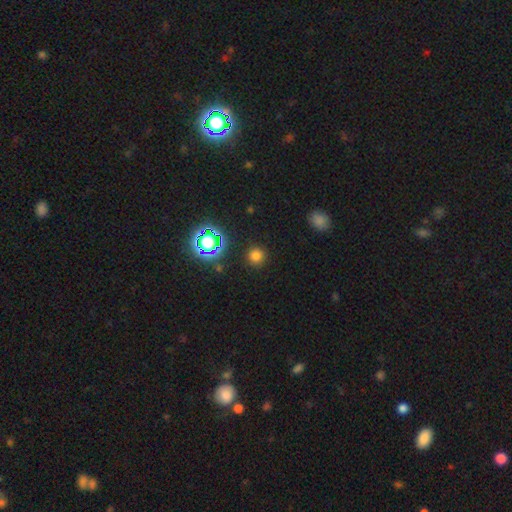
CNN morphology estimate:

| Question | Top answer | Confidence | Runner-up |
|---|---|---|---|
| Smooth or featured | smooth | 71% | star or artifact (24%) |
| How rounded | round | 94% | in between (5%) |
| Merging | none | 89% | minor disturbance (6%) |